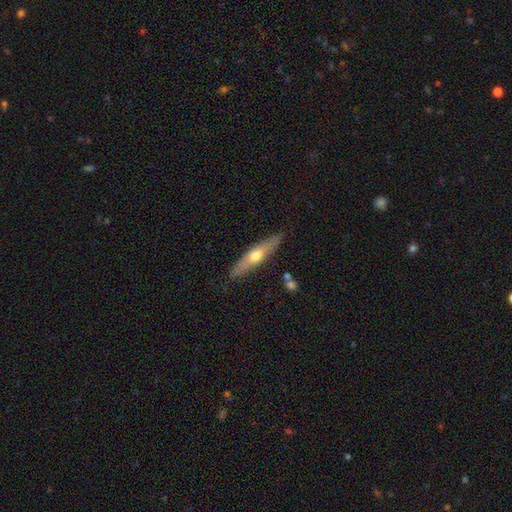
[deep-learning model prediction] Smooth or featured? Predicted: featured or disk (p=0.49). Merging? Predicted: none (p=0.86).